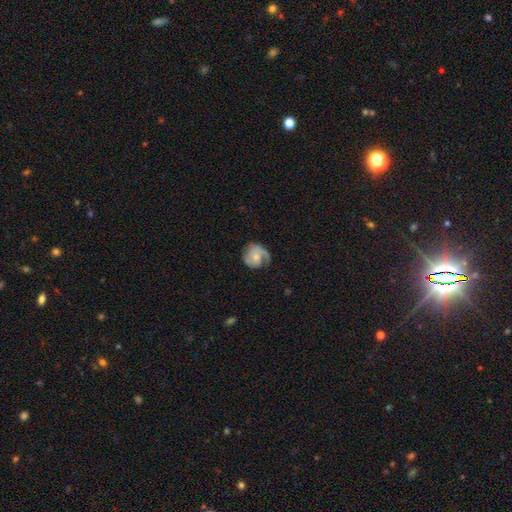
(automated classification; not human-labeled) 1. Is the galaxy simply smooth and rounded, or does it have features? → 61% featured or disk, 32% smooth, 7% star or artifact.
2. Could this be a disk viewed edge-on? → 97% no, 3% yes.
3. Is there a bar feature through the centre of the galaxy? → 70% no, 26% weak, 4% strong.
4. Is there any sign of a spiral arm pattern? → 87% yes, 13% no.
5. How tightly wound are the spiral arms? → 40% tight, 38% medium, 22% loose.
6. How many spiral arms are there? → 49% 1, 31% 2, 13% can't tell, 4% 3, 1% 4, 1% more than 4.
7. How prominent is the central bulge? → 43% moderate (tied), 43% small (tied), 8% none, 4% large, 1% dominant.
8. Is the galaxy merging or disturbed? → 57% none, 24% minor disturbance, 17% major disturbance, 2% merger.